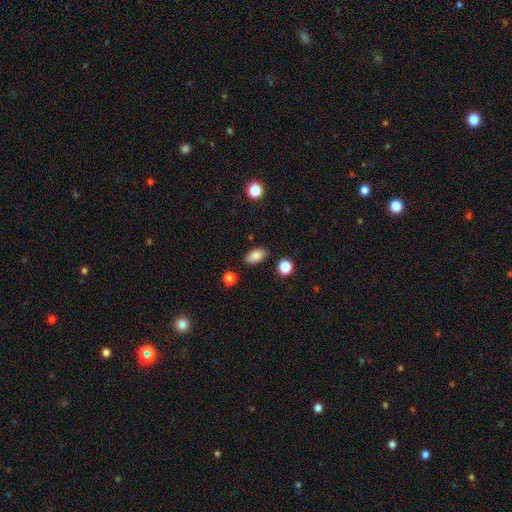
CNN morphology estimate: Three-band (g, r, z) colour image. It shows a smooth galaxy with no disk features (84%) that is in between round and cigar-shaped (90%). Merging: none (84%).